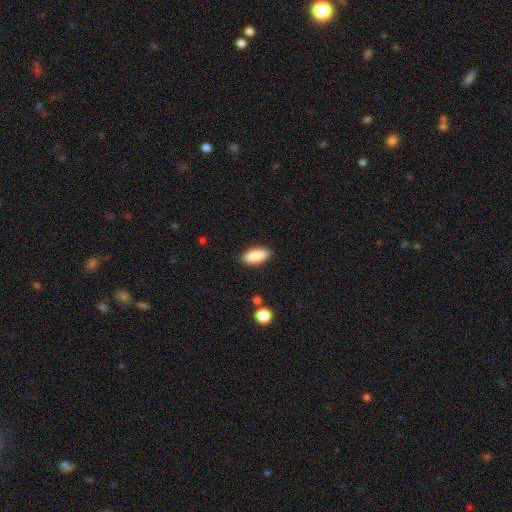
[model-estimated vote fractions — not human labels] smooth-or-featured: smooth: 85% | featured or disk: 8% | star or artifact: 6%
  how-rounded: in between: 84% | cigar-shaped: 14% | round: 2%
  merging: none: 88% | minor disturbance: 8% | major disturbance: 2% | merger: 1%